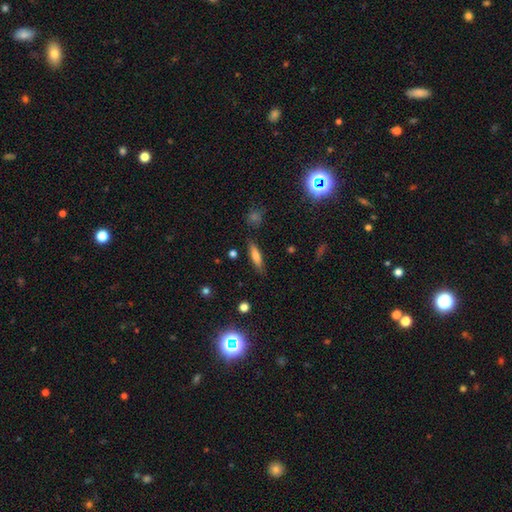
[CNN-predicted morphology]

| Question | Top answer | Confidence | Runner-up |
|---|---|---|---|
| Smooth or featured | smooth | 70% | featured or disk (22%) |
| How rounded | cigar-shaped | 71% | in between (27%) |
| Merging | none | 84% | minor disturbance (11%) |